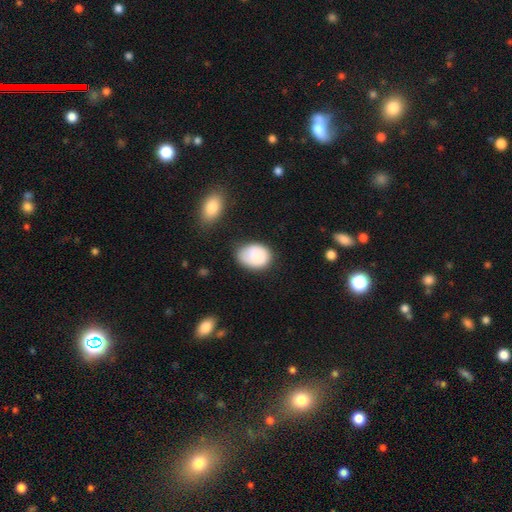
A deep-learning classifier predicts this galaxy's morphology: Smooth or featured? Predicted: smooth (p=0.85). How rounded? Predicted: in between (p=0.74). Merging? Predicted: none (p=0.64).